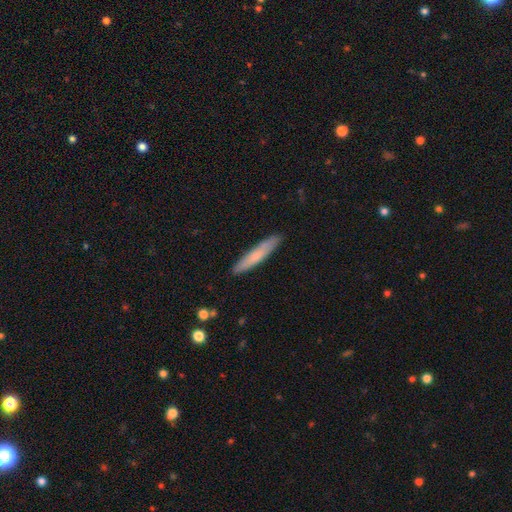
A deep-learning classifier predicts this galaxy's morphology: Smooth or featured: smooth — 68% (featured or disk — 27%)
How rounded: cigar-shaped — 93% (in between — 6%)
Merging: none — 89% (minor disturbance — 8%)